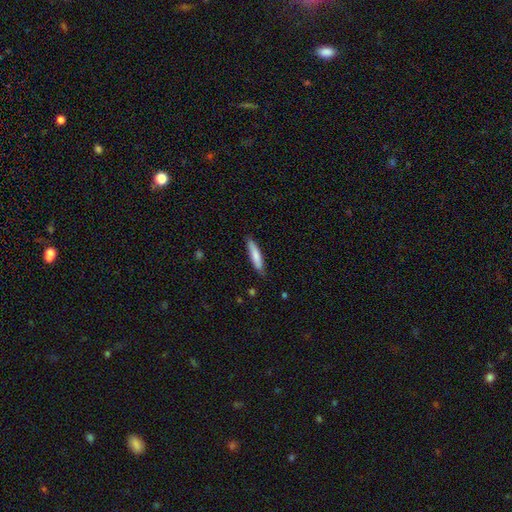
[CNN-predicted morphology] Overall: smooth (78%). How rounded: cigar-shaped (85%). Merging: none (84%).